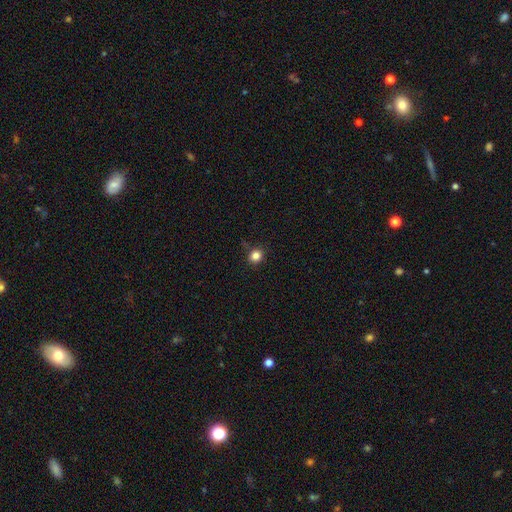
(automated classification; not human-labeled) Smooth or featured?
  - smooth: 83% *
  - star or artifact: 13%
  - featured or disk: 5%
How rounded?
  - round: 80% *
  - in between: 19%
  - cigar-shaped: 1%
Merging?
  - none: 83% *
  - minor disturbance: 12%
  - major disturbance: 3%
  - merger: 2%